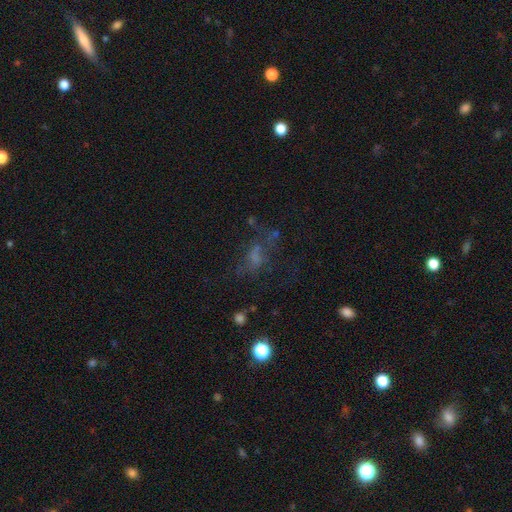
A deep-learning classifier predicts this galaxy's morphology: type=smooth (37%); merging=none (44%).